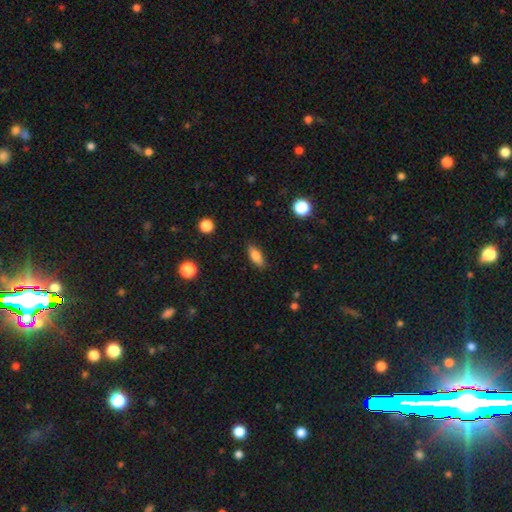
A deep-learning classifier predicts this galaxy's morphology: Q: Smooth or featured?
A: smooth (80%); runner-up: featured or disk (11%)
Q: How rounded?
A: in between (78%); runner-up: cigar-shaped (19%)
Q: Merging?
A: none (85%); runner-up: minor disturbance (11%)